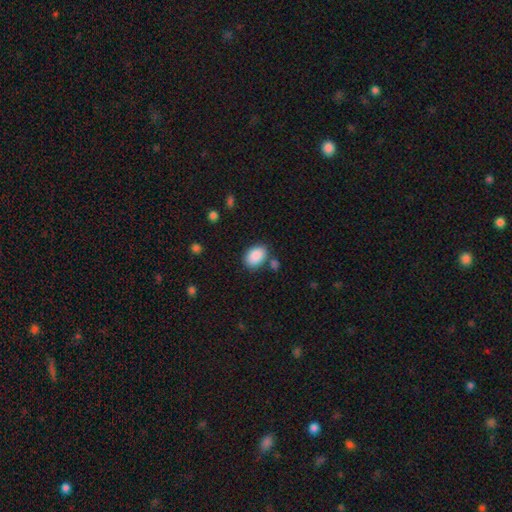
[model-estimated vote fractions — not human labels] The model was most divided on "merging": none: 75%, minor disturbance: 14%, merger: 7%, major disturbance: 4%. More confident: smooth or featured — smooth (89%); how rounded — in between (84%).